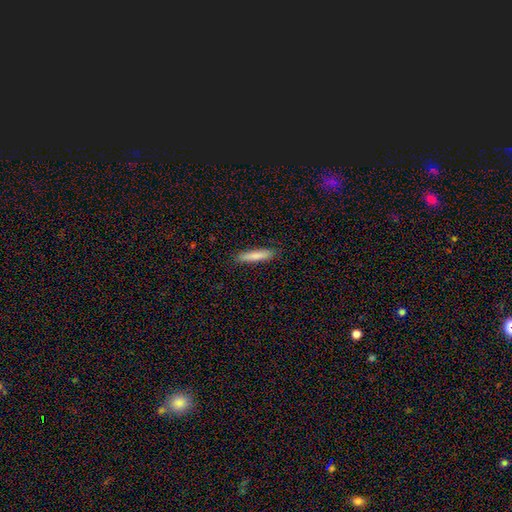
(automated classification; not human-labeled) This appears to be a smooth galaxy with no disk features (81%) that is cigar-shaped (89%). Merging: none (89%).